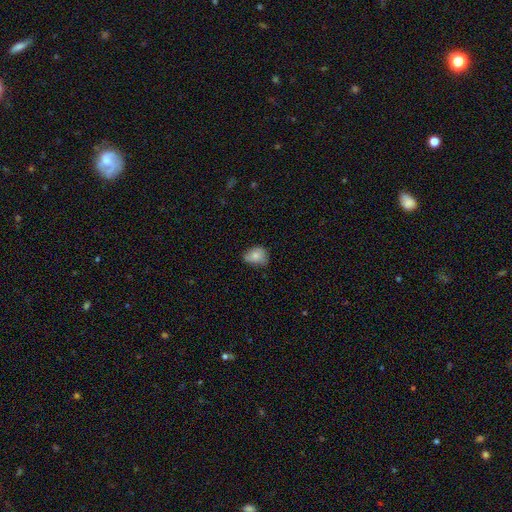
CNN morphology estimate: Smooth or featured? Predicted: smooth (p=0.79). How rounded? Predicted: in between (p=0.55). Merging? Predicted: none (p=0.51).